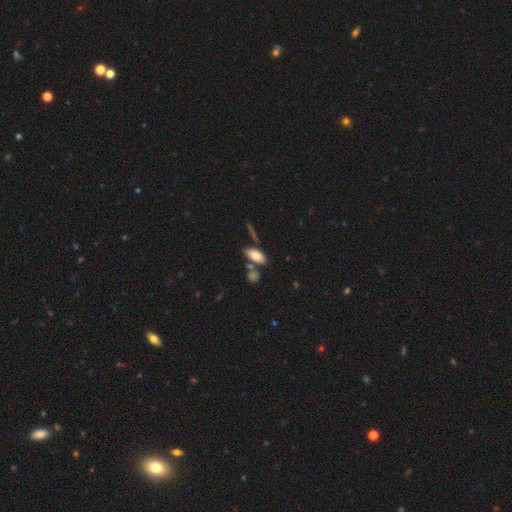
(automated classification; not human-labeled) Overall: smooth (77%). How rounded: in between (87%). Merging: none (62%).